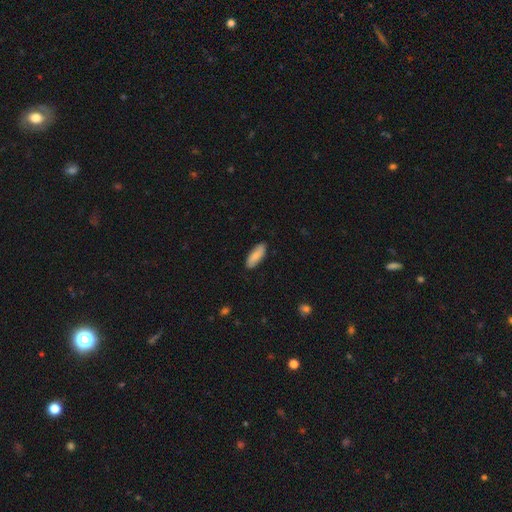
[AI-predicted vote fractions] Morphology: type=smooth (79%); roundness=in between (70%); merging=none (87%).